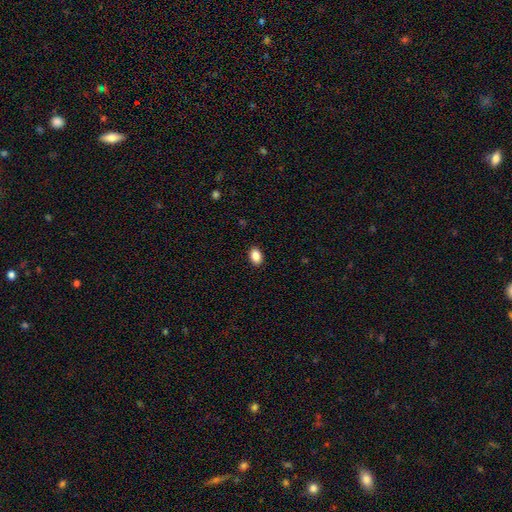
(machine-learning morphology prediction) smooth_or_featured: smooth (p=0.88) [alt: star or artifact p=0.08]
how_rounded: in between (p=0.86) [alt: round p=0.13]
merging: none (p=0.90) [alt: minor disturbance p=0.07]